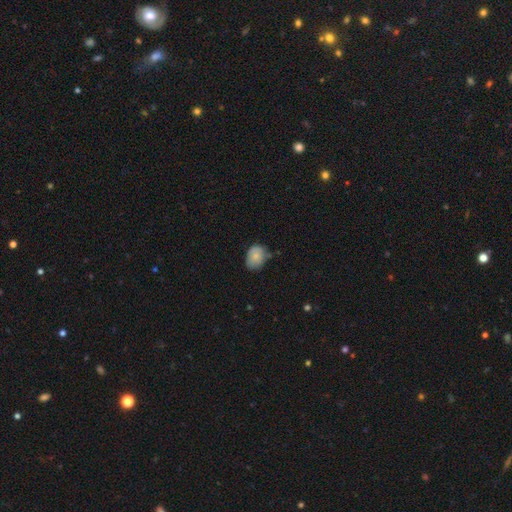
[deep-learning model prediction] smooth_or_featured: smooth (p=0.78) [alt: featured or disk p=0.15]
how_rounded: in between (p=0.61) [alt: round p=0.38]
merging: none (p=0.59) [alt: minor disturbance p=0.32]